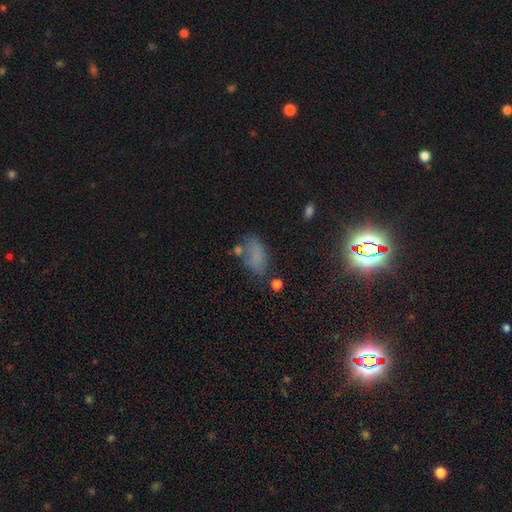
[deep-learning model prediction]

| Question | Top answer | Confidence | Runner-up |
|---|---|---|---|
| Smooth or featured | smooth | 63% | star or artifact (23%) |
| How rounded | in between | 86% | cigar-shaped (7%) |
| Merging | none | 52% | minor disturbance (24%) |